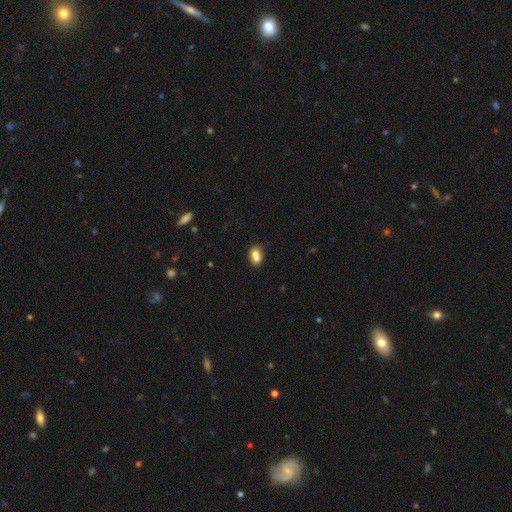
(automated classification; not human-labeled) A smooth galaxy with no disk features (76%) that is in between round and cigar-shaped (75%).

Vote fractions:
- Smooth or featured? smooth: 76% / featured or disk: 14% / star or artifact: 10%
- How rounded? in between: 75% / round: 22% / cigar-shaped: 3%
- Merging? merger: 43% / none: 39% / minor disturbance: 13% / major disturbance: 4%